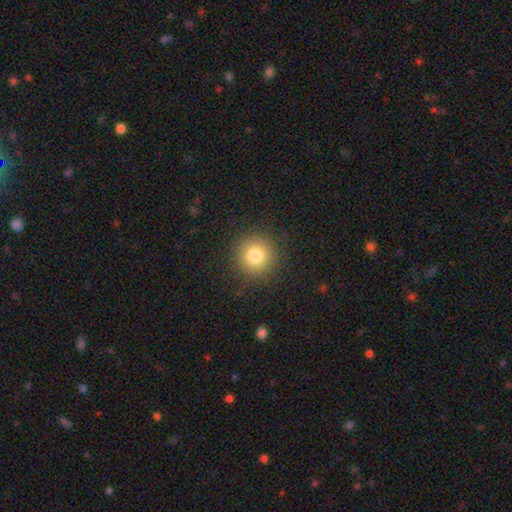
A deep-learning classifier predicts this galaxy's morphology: Smooth or featured: smooth — 80% (star or artifact — 12%)
How rounded: round — 94% (in between — 5%)
Merging: none — 90% (minor disturbance — 7%)